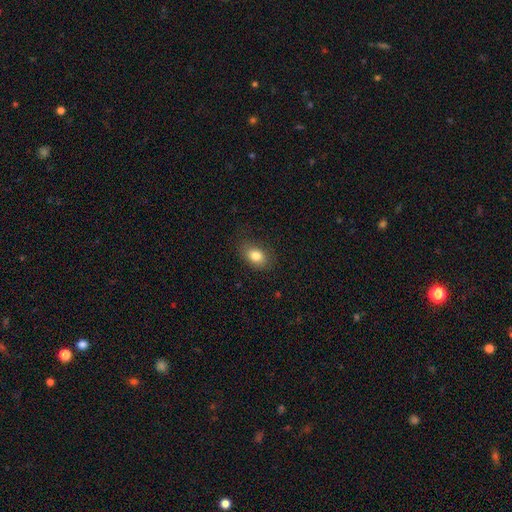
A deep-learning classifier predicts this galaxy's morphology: smooth-or-featured: smooth: 82% | star or artifact: 9% | featured or disk: 9%
  how-rounded: in between: 79% | round: 19% | cigar-shaped: 1%
  merging: none: 81% | minor disturbance: 14% | major disturbance: 4% | merger: 1%